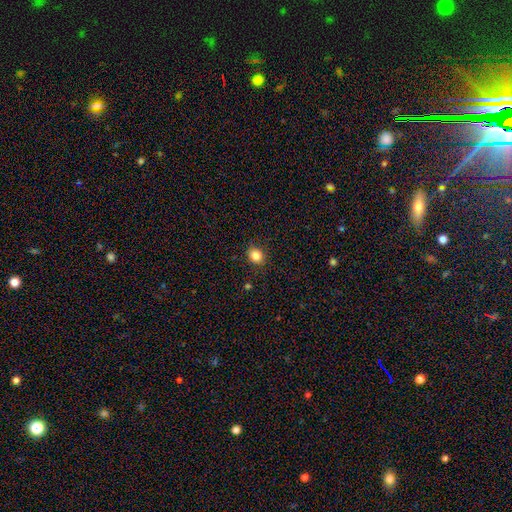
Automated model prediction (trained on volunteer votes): Smooth or featured?
  - smooth: 84% *
  - star or artifact: 11%
  - featured or disk: 5%
How rounded?
  - round: 68% *
  - in between: 32%
  - cigar-shaped: 1%
Merging?
  - none: 89% *
  - minor disturbance: 8%
  - major disturbance: 2%
  - merger: 1%